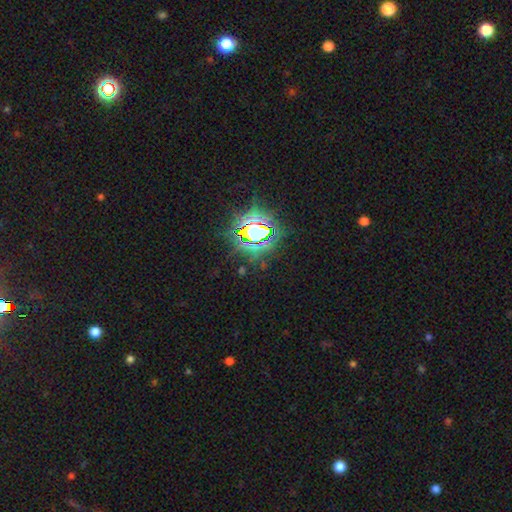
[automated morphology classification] Smooth or featured: star or artifact — 81% (smooth — 11%)